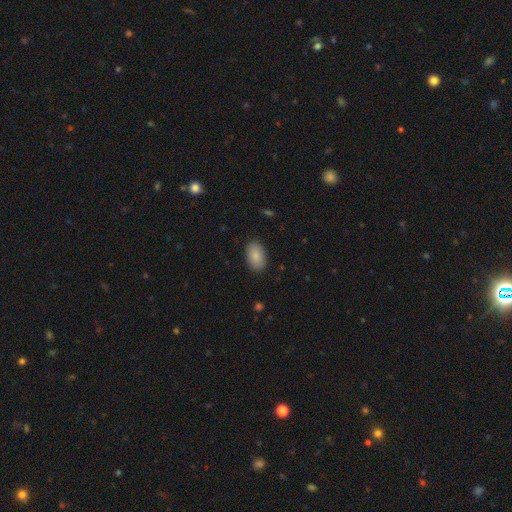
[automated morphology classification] type=smooth (86%); roundness=in between (92%); merging=none (88%).